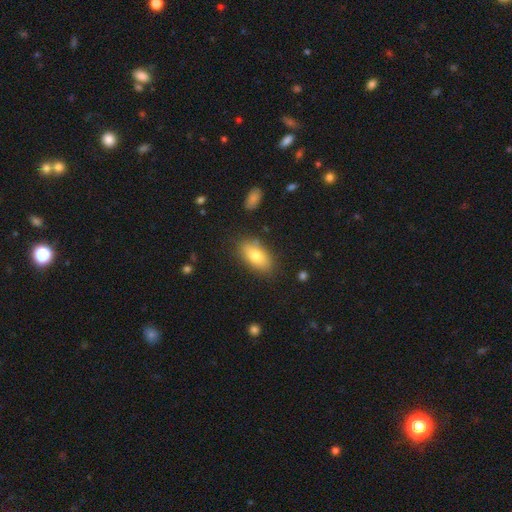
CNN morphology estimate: smooth_or_featured: smooth (p=0.77) [alt: featured or disk p=0.16]
how_rounded: in between (p=0.90) [alt: cigar-shaped p=0.06]
merging: none (p=0.81) [alt: minor disturbance p=0.13]